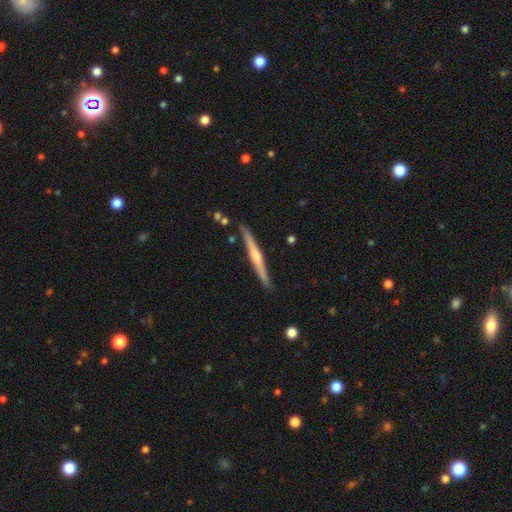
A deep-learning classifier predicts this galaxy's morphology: The model was most divided on "smooth or featured": featured or disk: 79%, smooth: 15%, star or artifact: 6%. More confident: edge-on disk — yes (98%); merging — none (88%); edge-on bulge — rounded (83%).